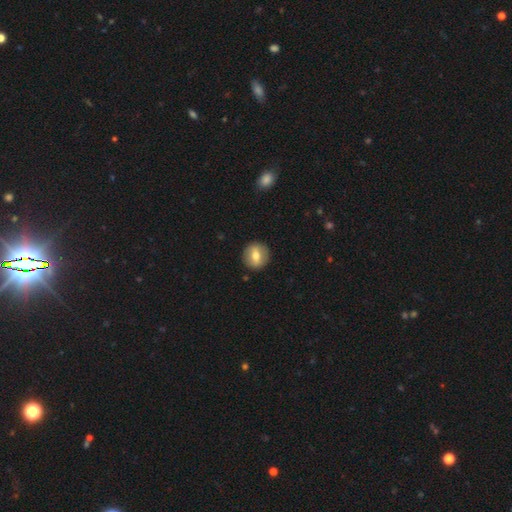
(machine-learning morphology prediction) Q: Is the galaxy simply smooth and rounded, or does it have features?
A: smooth — 61%.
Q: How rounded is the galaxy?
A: round — 85%.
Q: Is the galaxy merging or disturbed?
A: none — 90%.